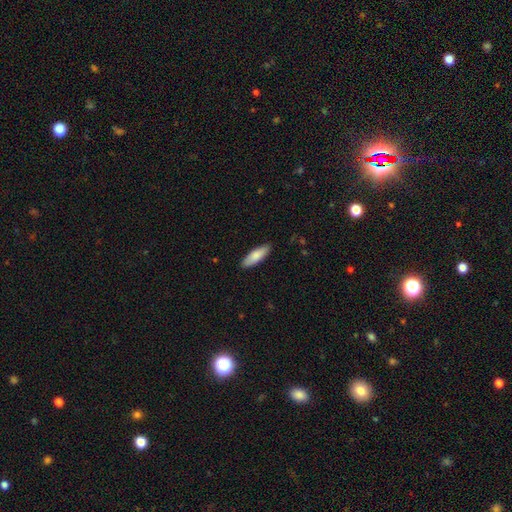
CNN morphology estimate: Smooth or featured: smooth — 83% (featured or disk — 12%)
How rounded: in between — 58% (cigar-shaped — 41%)
Merging: none — 89% (minor disturbance — 9%)